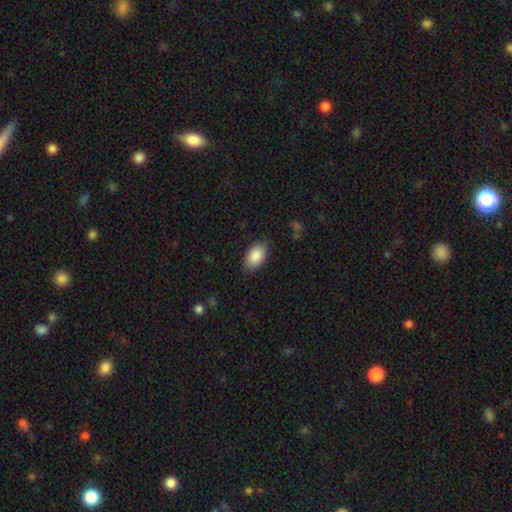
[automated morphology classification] Smooth or featured? smooth (88%)
How rounded? in between (93%)
Merging? none (83%)